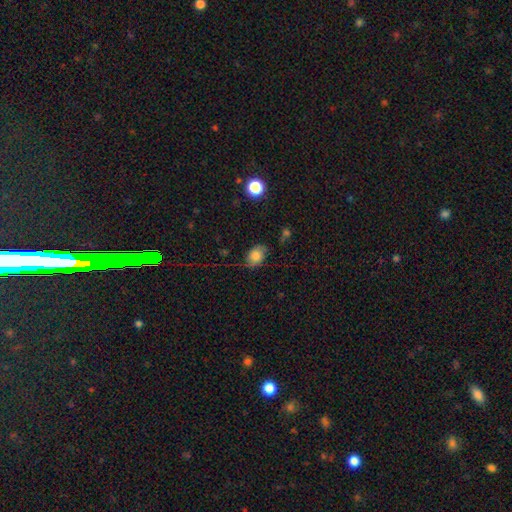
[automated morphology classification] Overall: smooth (66%). How rounded: in between (66%; round 33%). Merging: none (57%; minor disturbance 28%).